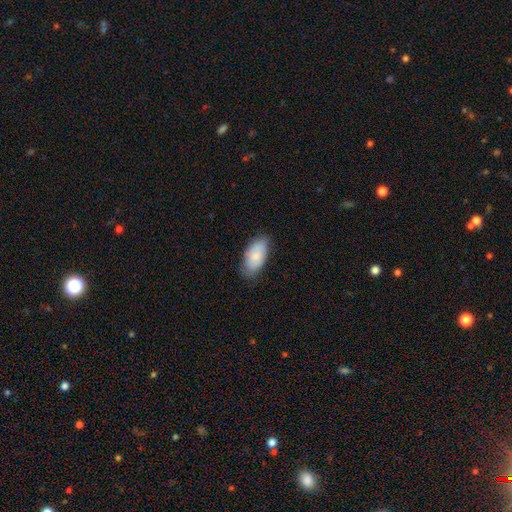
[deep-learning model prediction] A smooth galaxy with no disk features (77%) that is in between round and cigar-shaped (94%).

Vote fractions:
- Smooth or featured? smooth: 77% / featured or disk: 17% / star or artifact: 6%
- How rounded? in between: 94% / cigar-shaped: 4% / round: 3%
- Merging? none: 75% / minor disturbance: 21% / major disturbance: 4% / merger: 1%